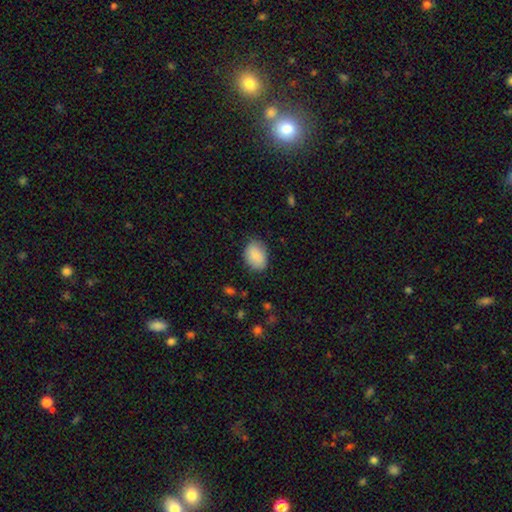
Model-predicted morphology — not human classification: smooth-or-featured: smooth: 86% | featured or disk: 8% | star or artifact: 7%
  how-rounded: in between: 74% | round: 25% | cigar-shaped: 1%
  merging: none: 81% | minor disturbance: 14% | major disturbance: 3% | merger: 1%